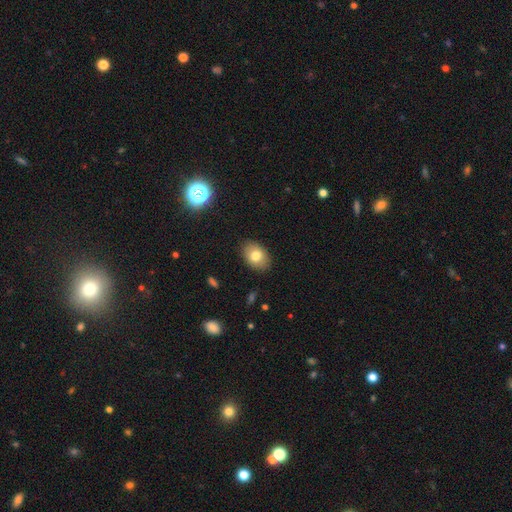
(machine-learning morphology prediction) A smooth galaxy with no disk features (77%) that is in between round and cigar-shaped (80%).

Vote fractions:
- Smooth or featured? smooth: 77% / featured or disk: 14% / star or artifact: 9%
- How rounded? in between: 80% / round: 18% / cigar-shaped: 1%
- Merging? none: 87% / minor disturbance: 9% / major disturbance: 2% / merger: 1%